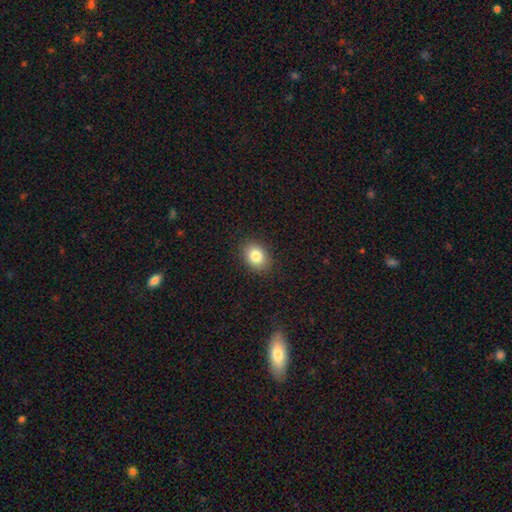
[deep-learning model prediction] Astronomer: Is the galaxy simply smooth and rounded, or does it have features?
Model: smooth — 83%.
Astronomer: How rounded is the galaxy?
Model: in between — 62% (runner-up: round, 37%).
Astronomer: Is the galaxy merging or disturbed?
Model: none — 88%.